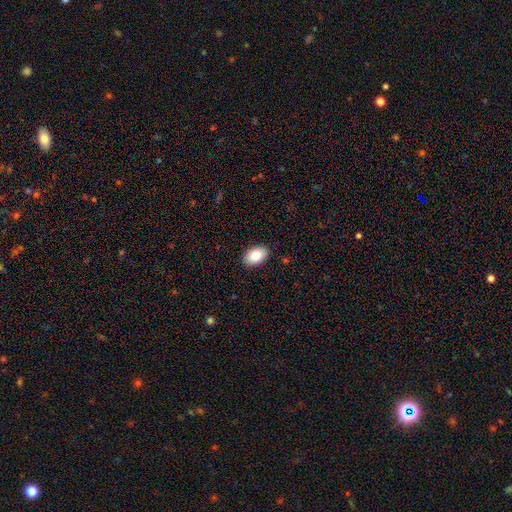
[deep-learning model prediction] Smooth or featured? Predicted: smooth (p=0.83). How rounded? Predicted: in between (p=0.92). Merging? Predicted: none (p=0.89).